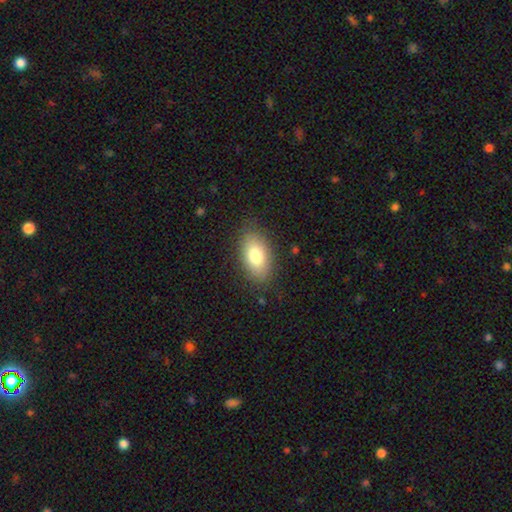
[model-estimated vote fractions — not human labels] Smooth or featured: smooth — 79% (featured or disk — 13%)
How rounded: in between — 91% (round — 6%)
Merging: none — 84% (minor disturbance — 12%)